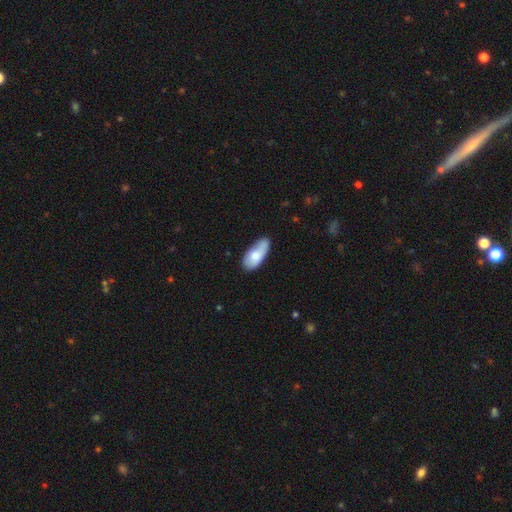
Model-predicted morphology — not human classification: Smooth or featured: smooth — 73% (featured or disk — 21%)
How rounded: in between — 87% (cigar-shaped — 11%)
Merging: none — 56% (minor disturbance — 30%)